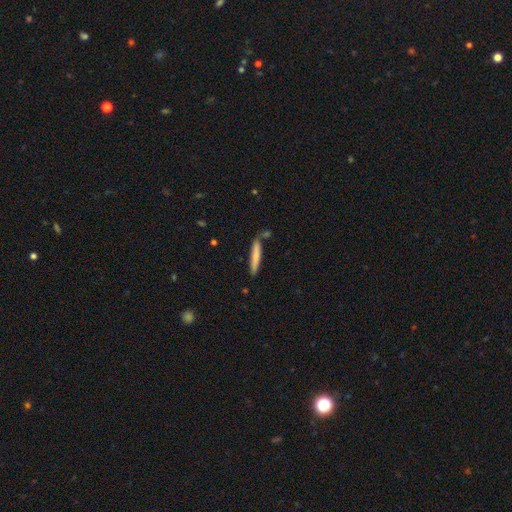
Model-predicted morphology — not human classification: smooth-or-featured: smooth: 74% | featured or disk: 20% | star or artifact: 6%
  how-rounded: cigar-shaped: 94% | in between: 5% | round: 1%
  merging: none: 76% | minor disturbance: 14% | merger: 7% | major disturbance: 3%